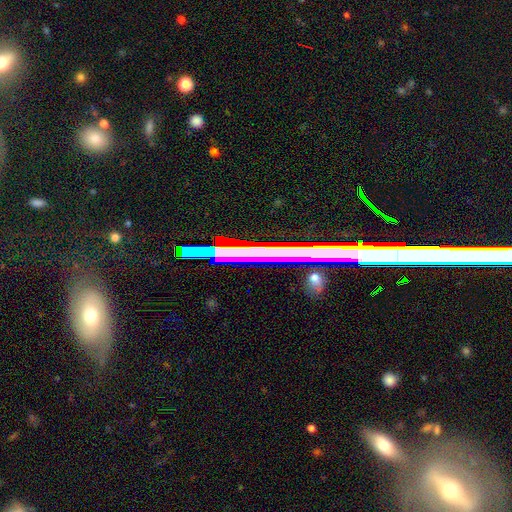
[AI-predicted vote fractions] smooth_or_featured: featured or disk (p=0.60) [alt: smooth p=0.22]
disk_edge_on: yes (p=0.92) [alt: no p=0.08]
edge_on_bulge: none (p=0.58) [alt: rounded p=0.32]
merging: none (p=0.88) [alt: minor disturbance p=0.08]